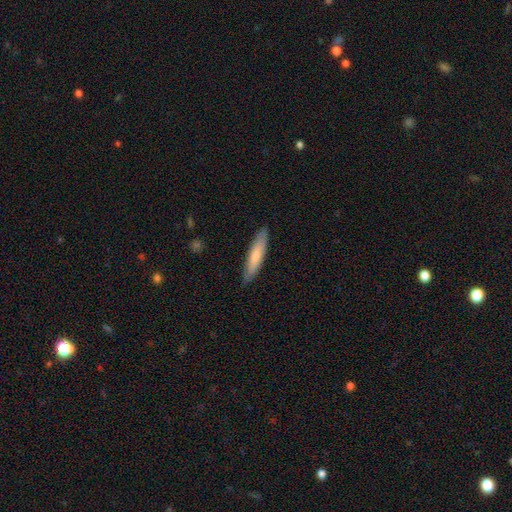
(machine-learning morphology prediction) This is likely a smooth galaxy (71%). How rounded: clearly cigar-shaped (83%). Merging: clearly none (87%).